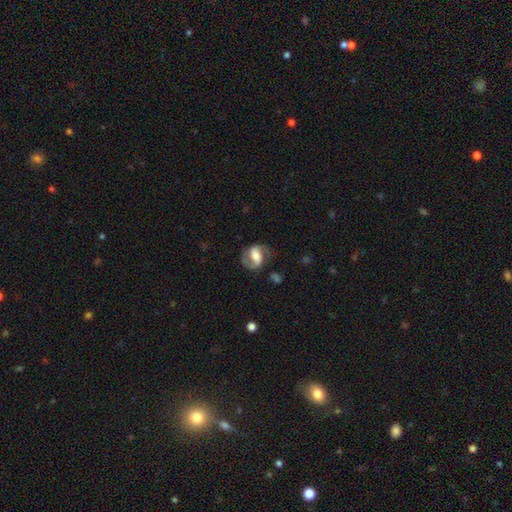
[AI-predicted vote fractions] The model was most divided on "bar" (2-way tie): weak: 39%, strong: 39%, no: 22%. Remaining: edge-on disk — no (97%); spiral arms — yes (93%); spiral arm count — 2 (89%); smooth or featured — featured or disk (79%); merging — none (73%); spiral winding — medium (53%); bulge size — moderate (44%).